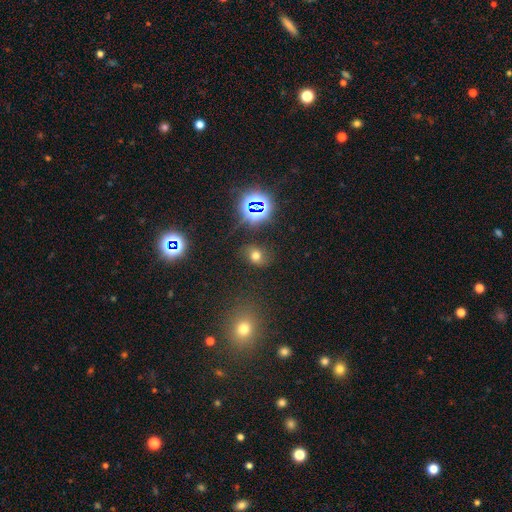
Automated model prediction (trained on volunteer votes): This appears to be a smooth galaxy with no disk features (60%) that is in between round and cigar-shaped (52%). Merging: none (76%).